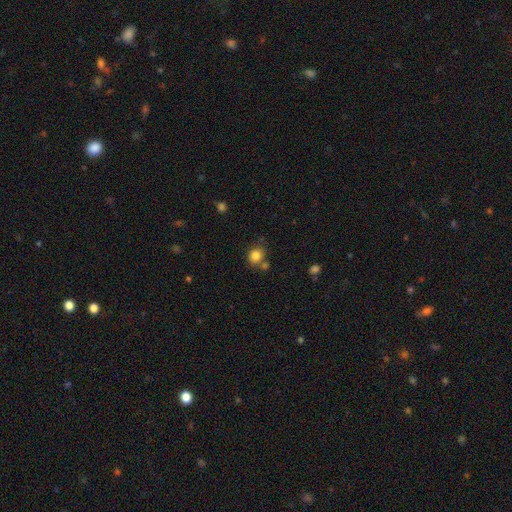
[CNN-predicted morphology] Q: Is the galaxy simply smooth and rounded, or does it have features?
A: smooth — 83%.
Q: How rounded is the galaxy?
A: round — 74%.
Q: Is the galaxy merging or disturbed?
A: none — 68%.